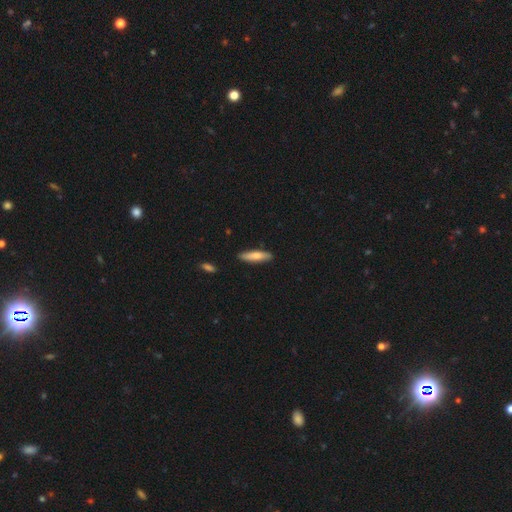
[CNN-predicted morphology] This appears to be a smooth galaxy with no disk features (71%) that is cigar-shaped (73%). Merging: none (87%).